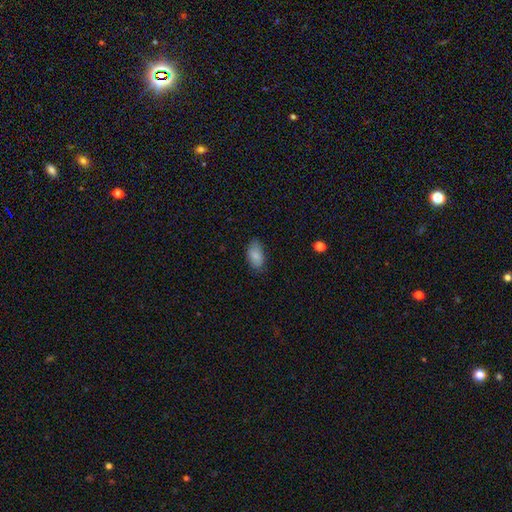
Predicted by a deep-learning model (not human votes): A smooth galaxy with no disk features (86%) that is in between round and cigar-shaped (93%).

Vote fractions:
- Smooth or featured? smooth: 86% / star or artifact: 7% / featured or disk: 7%
- How rounded? in between: 93% / round: 5% / cigar-shaped: 3%
- Merging? none: 78% / minor disturbance: 18% / major disturbance: 3% / merger: 1%